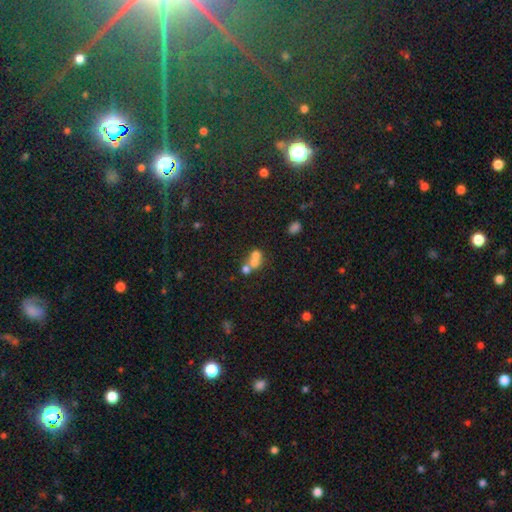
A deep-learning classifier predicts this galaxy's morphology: smooth 61%, featured or disk 24%, star or artifact 15%. Down the decision tree: how rounded — round (70%); merging — merger (65%).